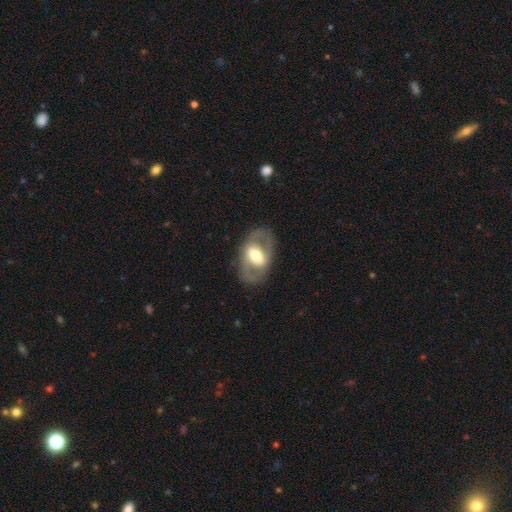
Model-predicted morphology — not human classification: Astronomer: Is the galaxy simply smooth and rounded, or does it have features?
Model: featured or disk — 65%.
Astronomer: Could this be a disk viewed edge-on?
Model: no — 91%.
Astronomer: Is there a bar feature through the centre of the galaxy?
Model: strong — 37% (runner-up: weak, 33%).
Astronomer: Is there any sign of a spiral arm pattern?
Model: no — 60% (runner-up: yes, 40%).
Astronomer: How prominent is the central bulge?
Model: moderate — 58%.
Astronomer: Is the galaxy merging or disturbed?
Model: none — 78%.